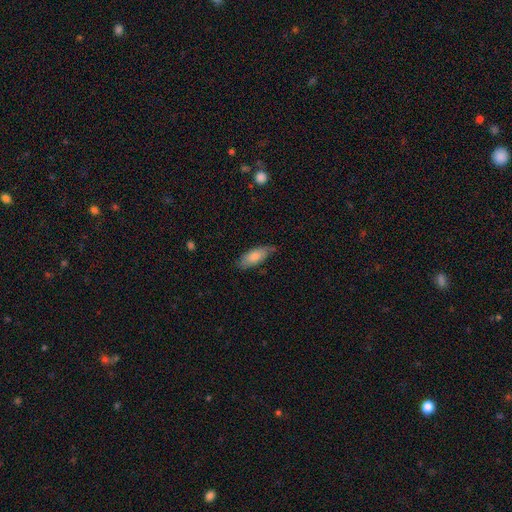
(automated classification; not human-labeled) smooth_or_featured: smooth (p=0.79) [alt: featured or disk p=0.15]
how_rounded: in between (p=0.78) [alt: cigar-shaped p=0.21]
merging: none (p=0.67) [alt: minor disturbance p=0.26]